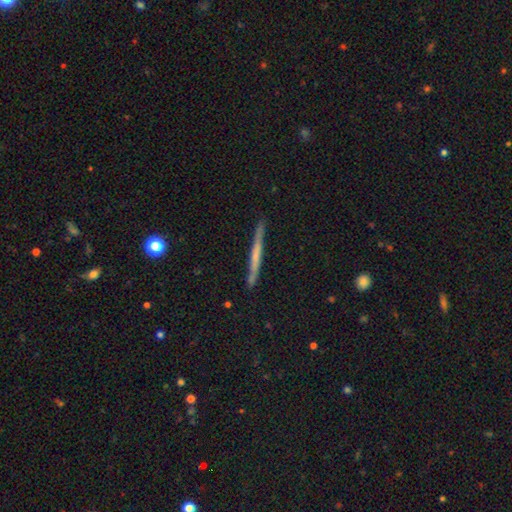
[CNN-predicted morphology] Overall: featured or disk (49%; smooth 45%). Merging: none (89%).